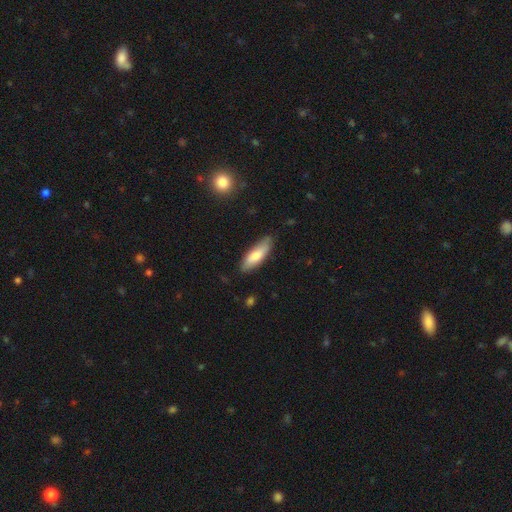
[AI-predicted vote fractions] Morphology: type=smooth (76%); roundness=in between (52%); merging=none (80%).